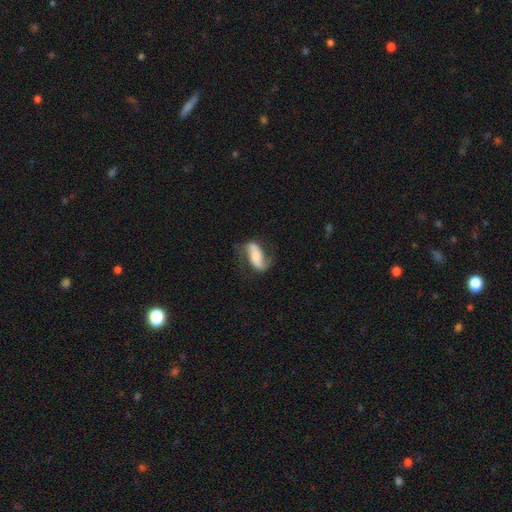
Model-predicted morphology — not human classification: smooth_or_featured: featured or disk (p=0.68) [alt: smooth p=0.25]
disk_edge_on: no (p=0.92) [alt: yes p=0.08]
bar: strong (p=0.37) [alt: no p=0.36]
has_spiral_arms: yes (p=0.91) [alt: no p=0.09]
spiral_winding: loose (p=0.54) [alt: medium p=0.33]
spiral_arm_count: 2 (p=0.87) [alt: 1 p=0.06]
bulge_size: moderate (p=0.42) [alt: small p=0.35]
merging: none (p=0.64) [alt: minor disturbance p=0.20]